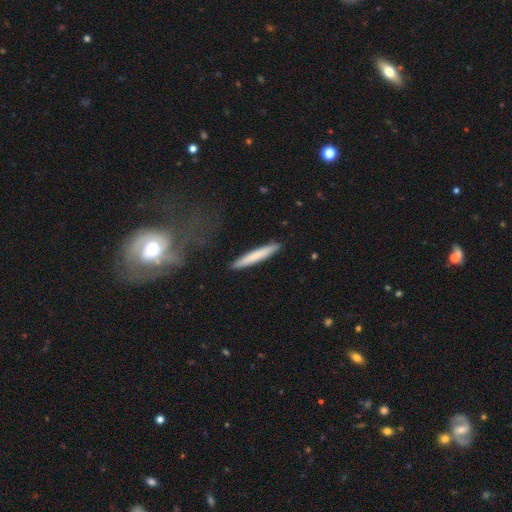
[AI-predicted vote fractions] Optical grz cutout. It shows a smooth galaxy with no disk features (73%) that is cigar-shaped (95%). Merging: none (90%).